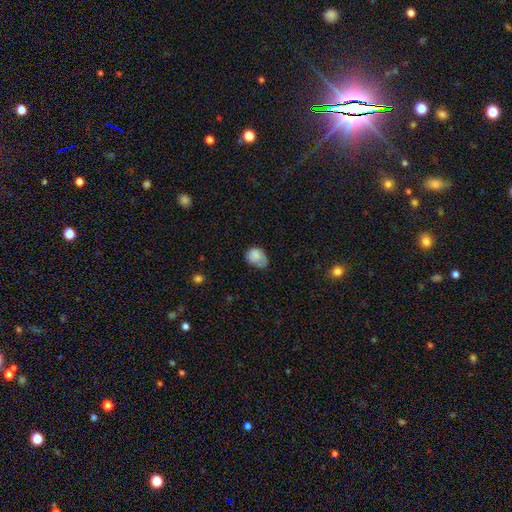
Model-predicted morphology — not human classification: Smooth or featured? smooth (80%)
How rounded? in between (59%)
Merging? none (39%, tied with minor disturbance)